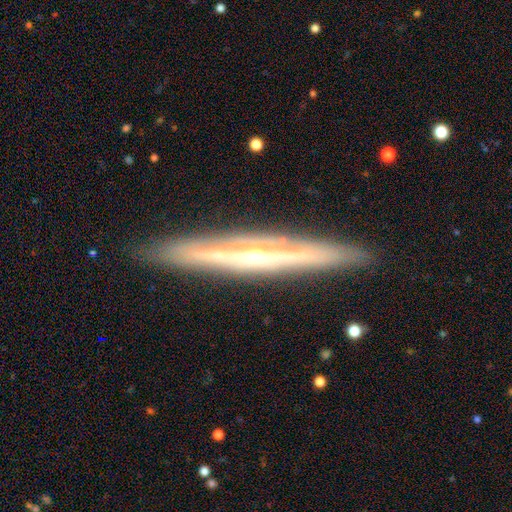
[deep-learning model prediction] The model was most divided on "edge-on bulge": rounded: 76%, none: 19%, boxy: 5%. More confident: edge-on disk — yes (96%); merging — none (90%); smooth or featured — featured or disk (83%).